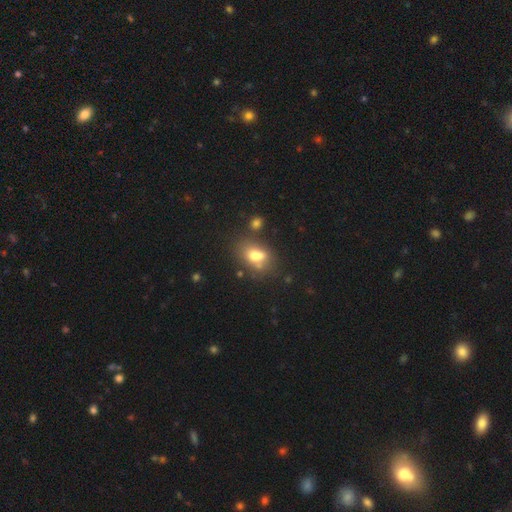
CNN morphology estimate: Smooth or featured? Predicted: smooth (p=0.67). How rounded? Predicted: in between (p=0.74). Merging? Predicted: none (p=0.42).